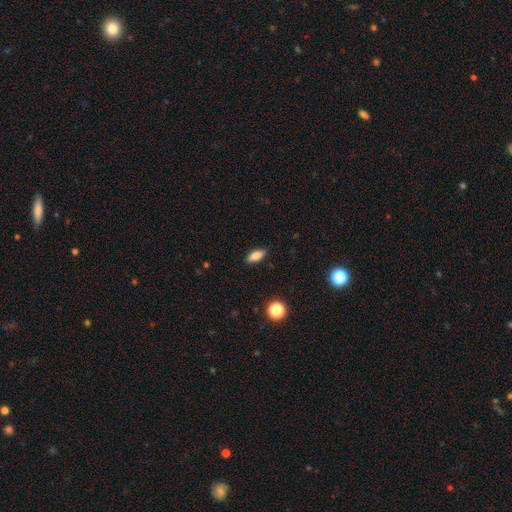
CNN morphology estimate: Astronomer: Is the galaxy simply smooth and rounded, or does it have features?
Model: smooth — 78%.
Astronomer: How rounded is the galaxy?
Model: in between — 78%.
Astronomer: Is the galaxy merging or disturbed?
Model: none — 89%.